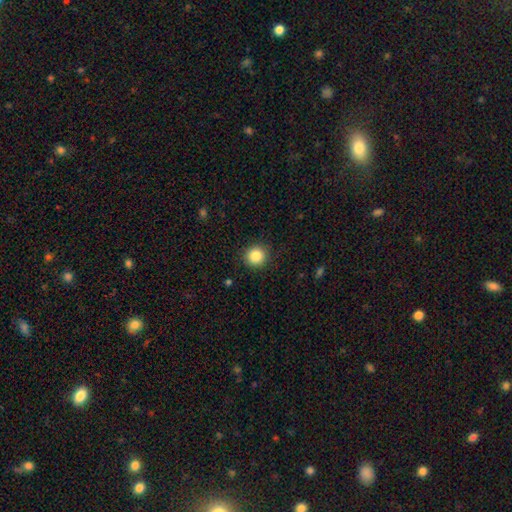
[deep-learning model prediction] A smooth galaxy with no disk features (86%) that is round (92%).

Vote fractions:
- Smooth or featured? smooth: 86% / star or artifact: 10% / featured or disk: 4%
- How rounded? round: 92% / in between: 7% / cigar-shaped: 1%
- Merging? none: 91% / minor disturbance: 6% / major disturbance: 2% / merger: 1%